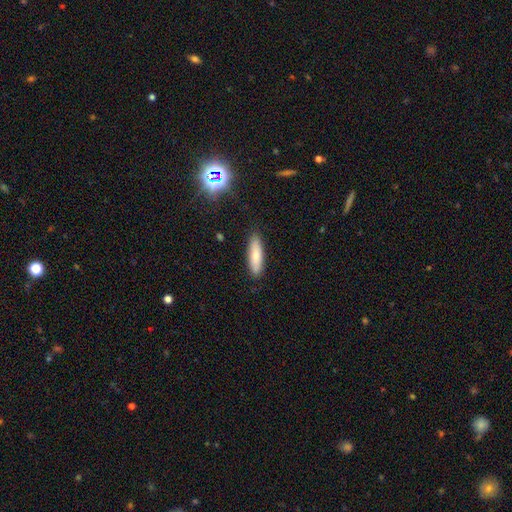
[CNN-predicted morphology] A smooth galaxy with no disk features (77%) that is cigar-shaped (63%).

Vote fractions:
- Smooth or featured? smooth: 77% / featured or disk: 17% / star or artifact: 6%
- How rounded? cigar-shaped: 63% / in between: 35% / round: 2%
- Merging? none: 87% / minor disturbance: 10% / major disturbance: 2% / merger: 1%